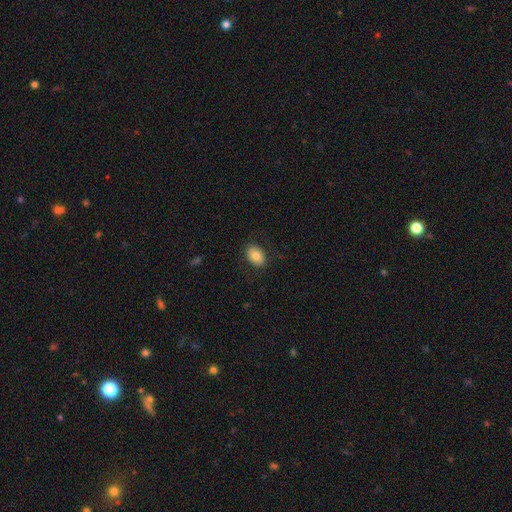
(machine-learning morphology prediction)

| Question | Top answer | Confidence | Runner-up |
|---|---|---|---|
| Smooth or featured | smooth | 79% | featured or disk (13%) |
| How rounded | in between | 77% | round (22%) |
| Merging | none | 84% | minor disturbance (11%) |